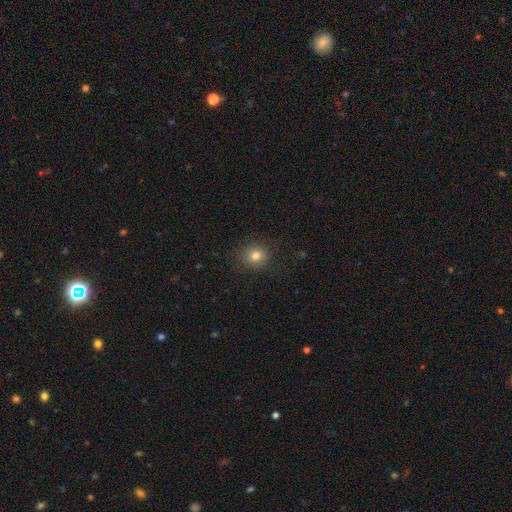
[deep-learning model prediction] Smooth or featured?
  - smooth: 79% *
  - star or artifact: 13%
  - featured or disk: 7%
How rounded?
  - round: 85% *
  - in between: 14%
  - cigar-shaped: 1%
Merging?
  - none: 87% *
  - minor disturbance: 9%
  - major disturbance: 3%
  - merger: 1%